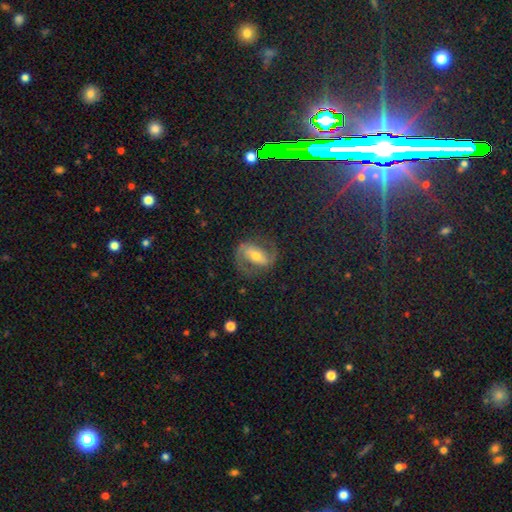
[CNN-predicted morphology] This is likely a featured or disk galaxy (76%). It is clearly not viewed edge-on (96%). Bar: marginally strong (45%). Spiral arm pattern: clearly yes (93%). Spiral arm count: clearly 2 (93%). Spiral winding: possibly medium (53%). Central bulge: likely moderate (60%). Merging: likely none (78%).